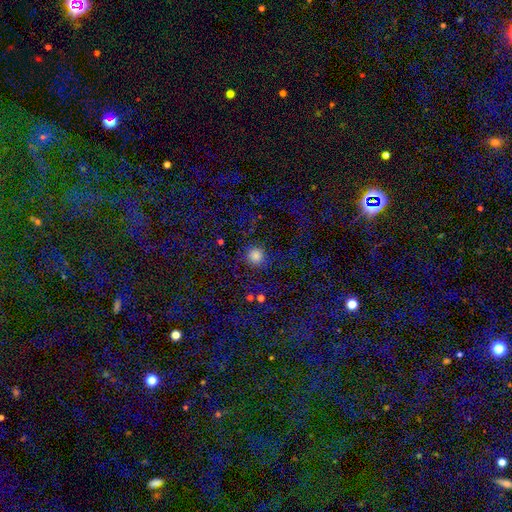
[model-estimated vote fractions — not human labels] This appears to be a smooth galaxy with no disk features (79%) that is round (91%). Merging: none (79%).